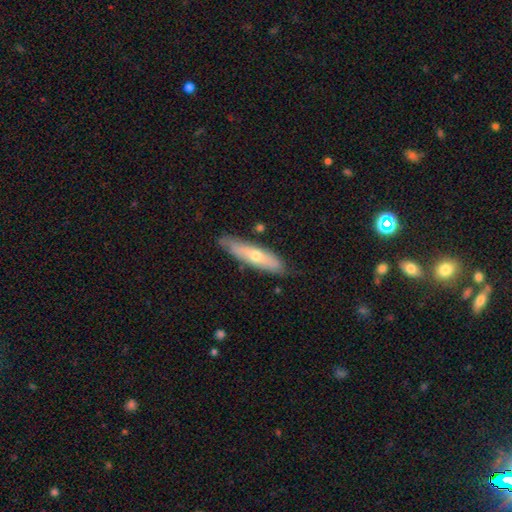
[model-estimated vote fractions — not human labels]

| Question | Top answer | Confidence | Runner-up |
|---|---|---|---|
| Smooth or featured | smooth | 52% | featured or disk (42%) |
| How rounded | cigar-shaped | 71% | in between (27%) |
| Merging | none | 77% | minor disturbance (18%) |